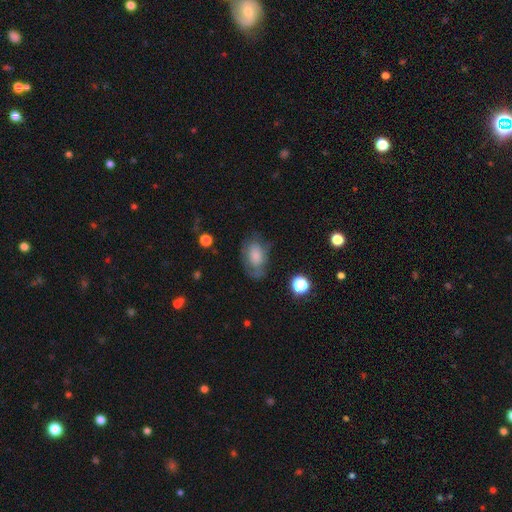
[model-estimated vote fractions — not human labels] smooth_or_featured: smooth (p=0.61) [alt: featured or disk p=0.29]
how_rounded: in between (p=0.86) [alt: round p=0.12]
merging: none (p=0.51) [alt: minor disturbance p=0.27]